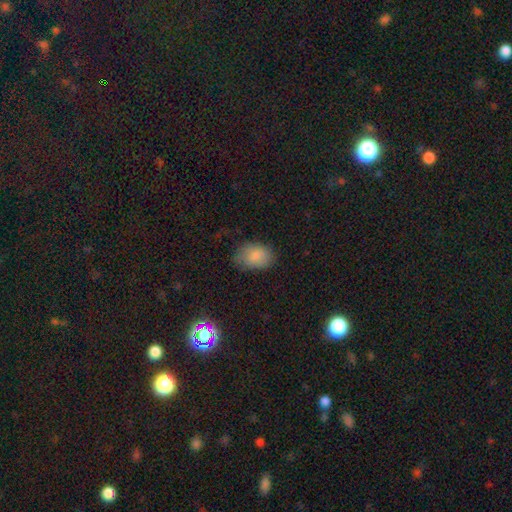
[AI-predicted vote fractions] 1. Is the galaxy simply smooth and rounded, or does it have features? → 84% smooth, 9% star or artifact, 7% featured or disk.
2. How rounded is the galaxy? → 81% in between, 17% round, 1% cigar-shaped.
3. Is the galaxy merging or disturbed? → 65% none, 26% minor disturbance, 7% major disturbance, 1% merger.